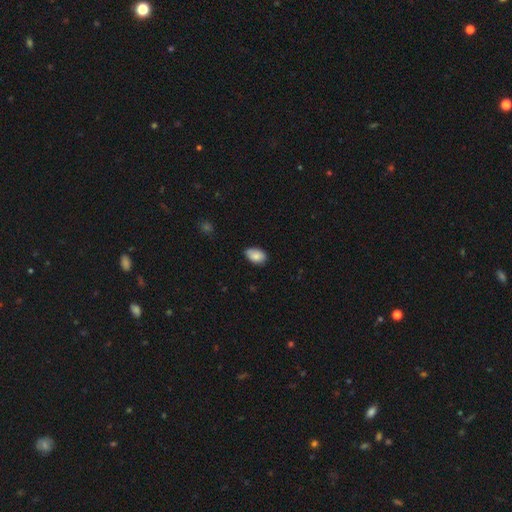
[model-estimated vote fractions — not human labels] A smooth galaxy with no disk features (84%) that is in between round and cigar-shaped (89%). Merging: none (67%).